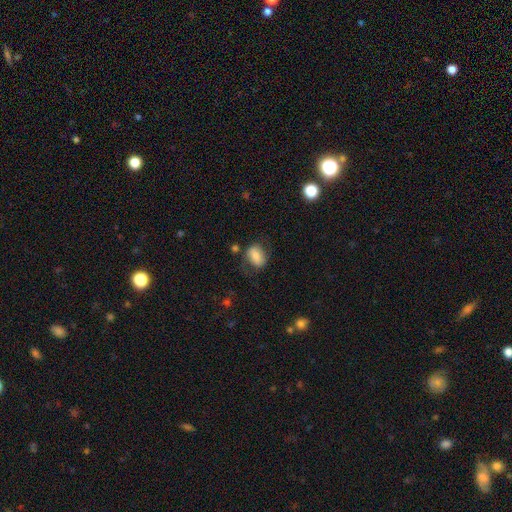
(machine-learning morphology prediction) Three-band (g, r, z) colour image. It shows a smooth galaxy with no disk features (71%) that is in between round and cigar-shaped (75%). Merging: none (61%).